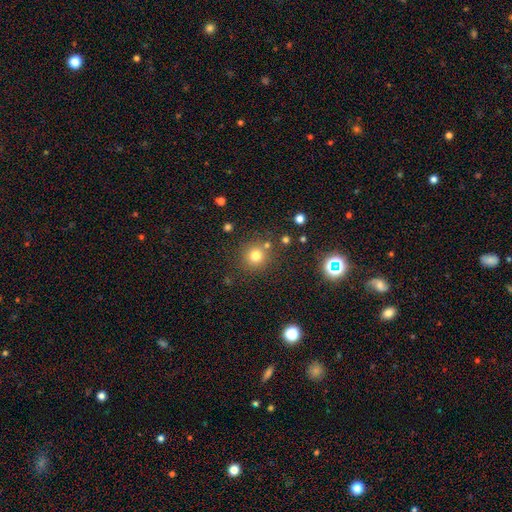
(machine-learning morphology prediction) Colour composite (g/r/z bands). It shows a smooth galaxy with no disk features (76%) that is round (93%). Merging: none (81%).